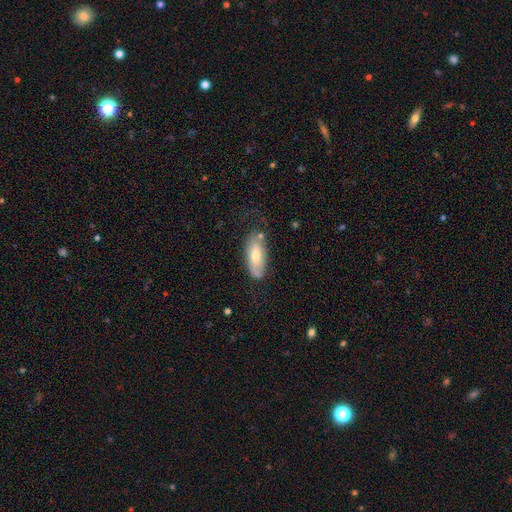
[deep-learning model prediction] Q: Smooth or featured?
A: smooth (62%); runner-up: featured or disk (32%)
Q: How rounded?
A: in between (81%); runner-up: cigar-shaped (16%)
Q: Merging?
A: none (59%); runner-up: minor disturbance (27%)